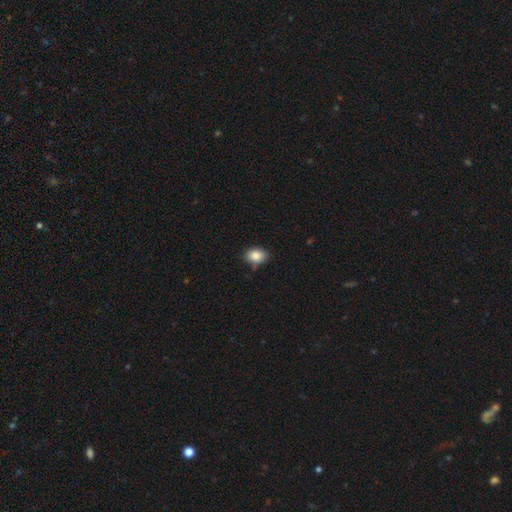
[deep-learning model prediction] Overall: smooth (85%). How rounded: in between (76%). Merging: none (81%).